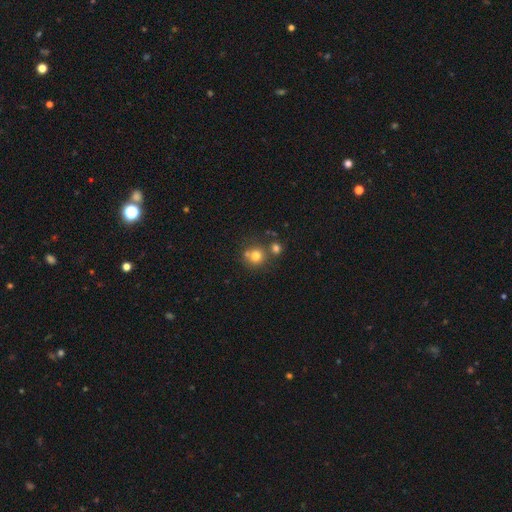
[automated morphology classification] smooth 75%, star or artifact 14%, featured or disk 11%. Down the decision tree: how rounded — round (88%); merging — none (58%).